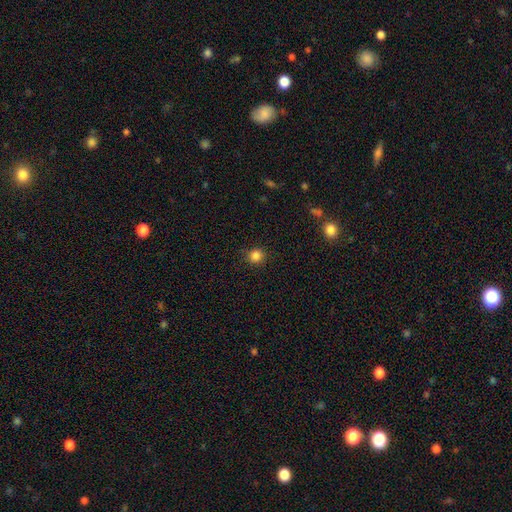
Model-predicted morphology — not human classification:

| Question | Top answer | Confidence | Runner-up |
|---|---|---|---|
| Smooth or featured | smooth | 84% | star or artifact (13%) |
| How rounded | round | 92% | in between (7%) |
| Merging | none | 89% | minor disturbance (7%) |